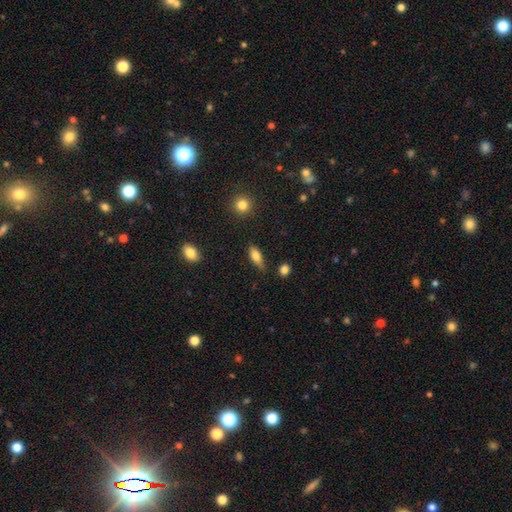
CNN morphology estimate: smooth_or_featured: smooth (p=0.77) [alt: featured or disk p=0.16]
how_rounded: in between (p=0.75) [alt: cigar-shaped p=0.21]
merging: none (p=0.69) [alt: minor disturbance p=0.23]